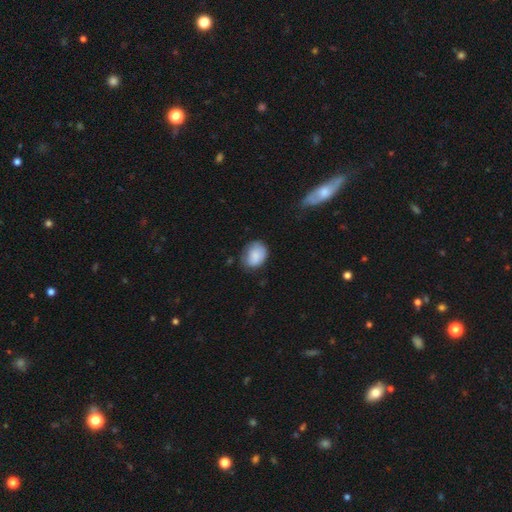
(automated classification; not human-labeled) Overall: smooth (83%). How rounded: in between (55%; round 45%). Merging: none (64%; minor disturbance 27%).